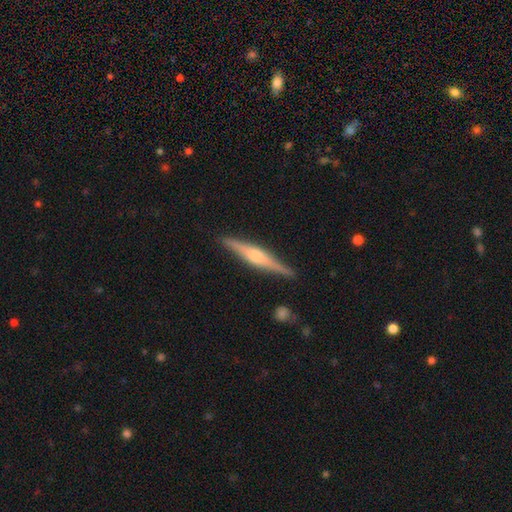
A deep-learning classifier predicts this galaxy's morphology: type=featured or disk (77%); edge-on=yes (98%); edge-on bulge=rounded (81%); merging=none (89%).